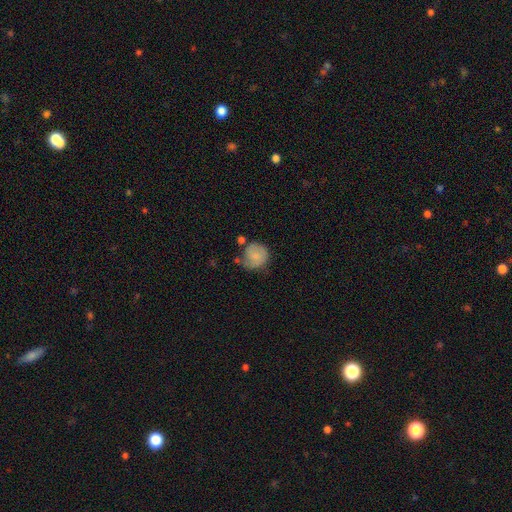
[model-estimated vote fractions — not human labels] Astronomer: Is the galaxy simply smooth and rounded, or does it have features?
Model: smooth — 76%.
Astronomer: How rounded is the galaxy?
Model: round — 86%.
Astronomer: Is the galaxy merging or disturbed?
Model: none — 53%.